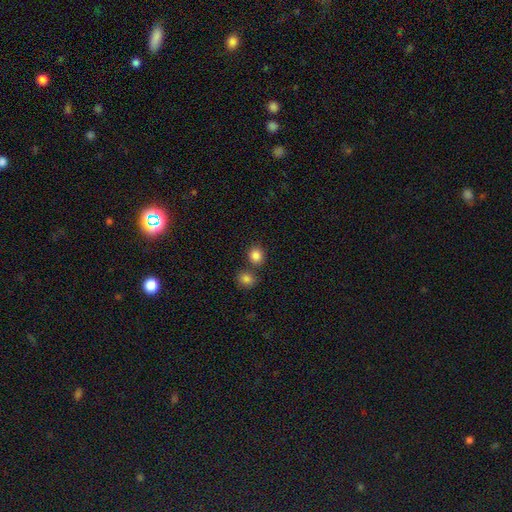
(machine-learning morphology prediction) This appears to be a smooth galaxy with no disk features (85%) that is round (78%). Merging: none (72%).